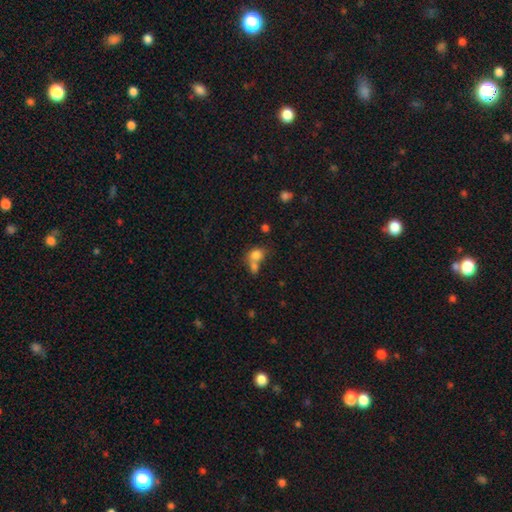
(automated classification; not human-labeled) Overall: smooth (74%). How rounded: round (56%; in between 42%). Merging: merger (51%; none 34%).